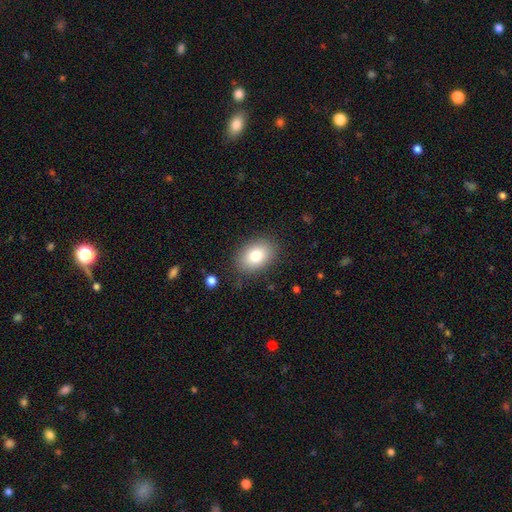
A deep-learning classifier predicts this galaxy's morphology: Overall: smooth (81%). How rounded: in between (80%). Merging: none (85%).